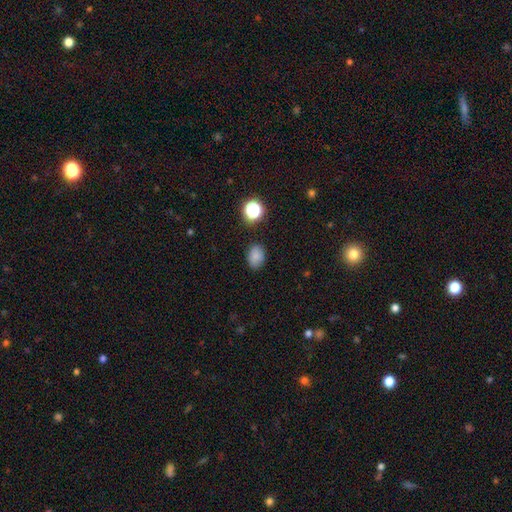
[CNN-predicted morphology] type=smooth (81%); roundness=in between (73%); merging=none (82%).